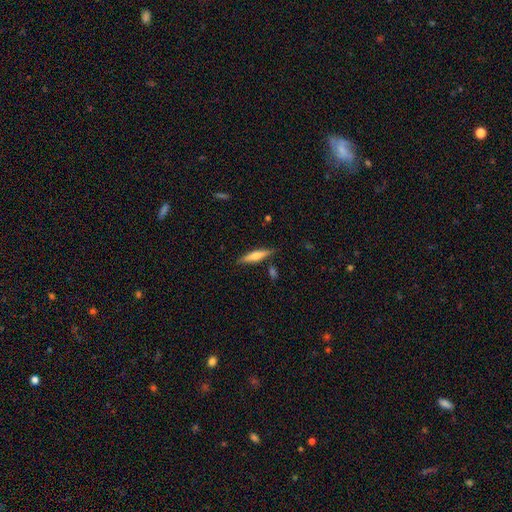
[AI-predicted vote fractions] Smooth or featured?
  - smooth: 55% *
  - featured or disk: 39%
  - star or artifact: 6%
How rounded?
  - cigar-shaped: 80% *
  - in between: 18%
  - round: 2%
Merging?
  - none: 82% *
  - minor disturbance: 12%
  - merger: 4%
  - major disturbance: 2%